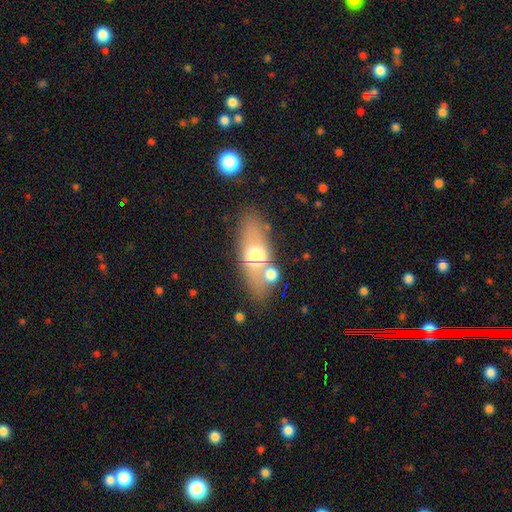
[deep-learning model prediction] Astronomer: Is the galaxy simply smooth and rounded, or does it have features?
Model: smooth — 59%.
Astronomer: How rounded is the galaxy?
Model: in between — 71%.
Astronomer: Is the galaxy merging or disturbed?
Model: none — 62%.